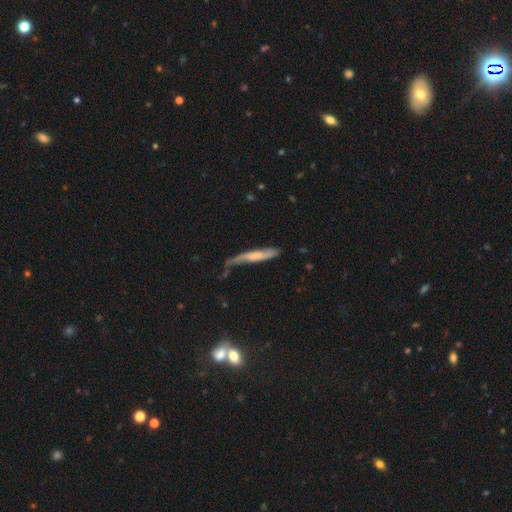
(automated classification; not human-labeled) Morphology: type=smooth (51%); roundness=cigar-shaped (87%); merging=none (39%).